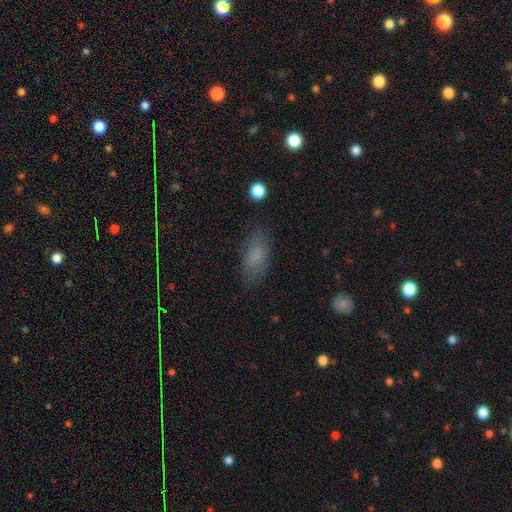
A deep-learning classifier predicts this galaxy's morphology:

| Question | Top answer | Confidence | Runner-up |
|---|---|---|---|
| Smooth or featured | smooth | 78% | star or artifact (12%) |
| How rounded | in between | 89% | cigar-shaped (7%) |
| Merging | none | 77% | minor disturbance (16%) |